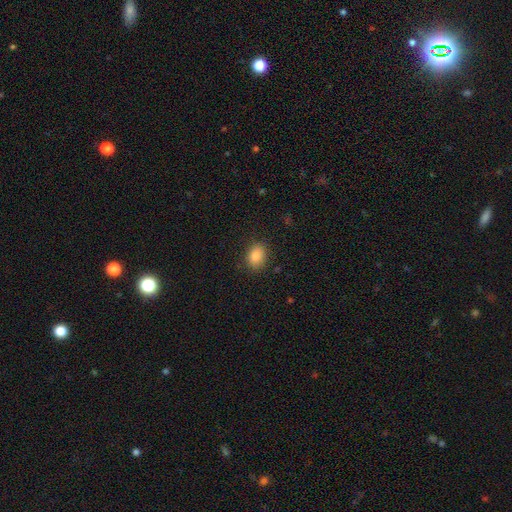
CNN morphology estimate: A smooth galaxy with no disk features (86%) that is in between round and cigar-shaped (69%). Merging: none (85%).